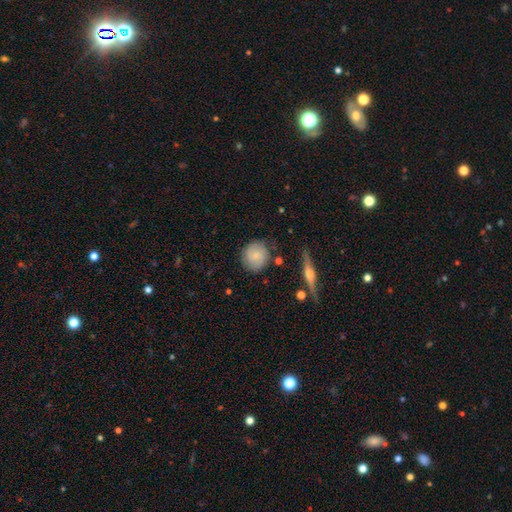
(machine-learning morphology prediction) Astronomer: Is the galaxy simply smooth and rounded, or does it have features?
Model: smooth — 66%.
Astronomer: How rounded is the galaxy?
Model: round — 86%.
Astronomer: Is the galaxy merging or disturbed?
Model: none — 79%.